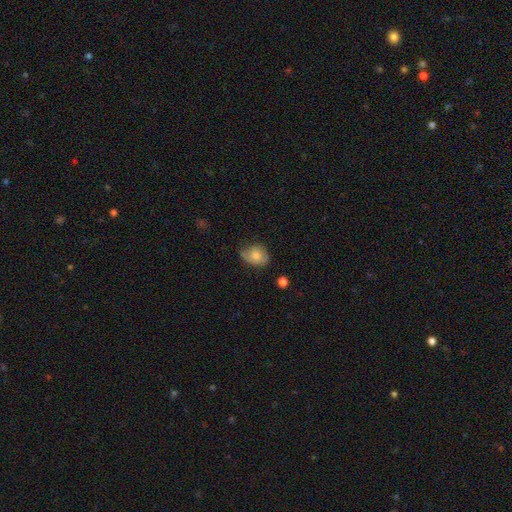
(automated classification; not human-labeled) Smooth or featured?
  - smooth: 70% *
  - featured or disk: 21%
  - star or artifact: 8%
How rounded?
  - in between: 57% *
  - round: 42%
  - cigar-shaped: 1%
Merging?
  - none: 52% *
  - minor disturbance: 34%
  - major disturbance: 11%
  - merger: 3%